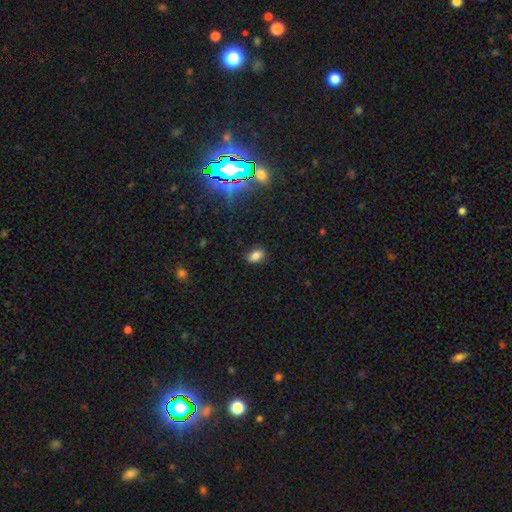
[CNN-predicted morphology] Smooth or featured: smooth — 81% (star or artifact — 12%)
How rounded: in between — 80% (round — 18%)
Merging: none — 86% (minor disturbance — 10%)